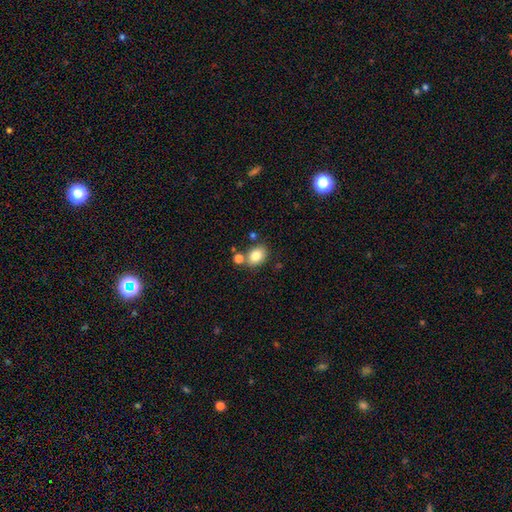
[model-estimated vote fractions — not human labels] Overall: smooth (82%). How rounded: in between (68%; round 31%). Merging: none (69%).